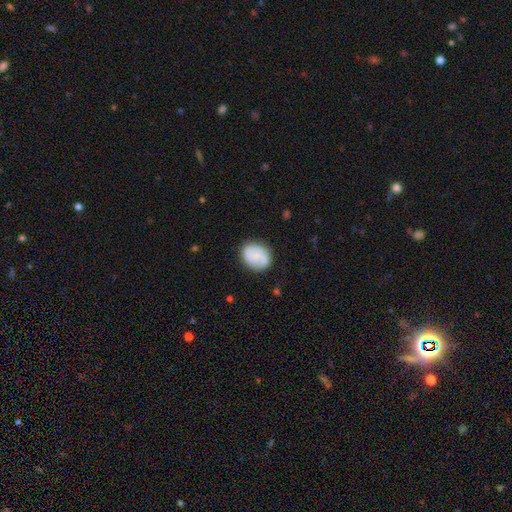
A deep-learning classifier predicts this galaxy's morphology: Smooth or featured? Predicted: smooth (p=0.52). How rounded? Predicted: in between (p=0.54). Merging? Predicted: none (p=0.81).